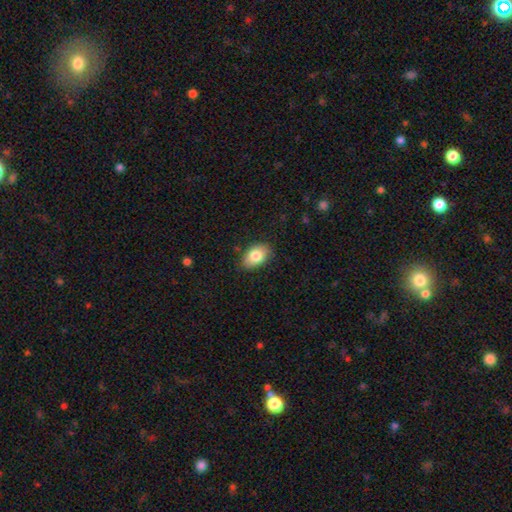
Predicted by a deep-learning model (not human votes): A smooth galaxy with no disk features (82%) that is in between round and cigar-shaped (89%). Merging: none (84%).